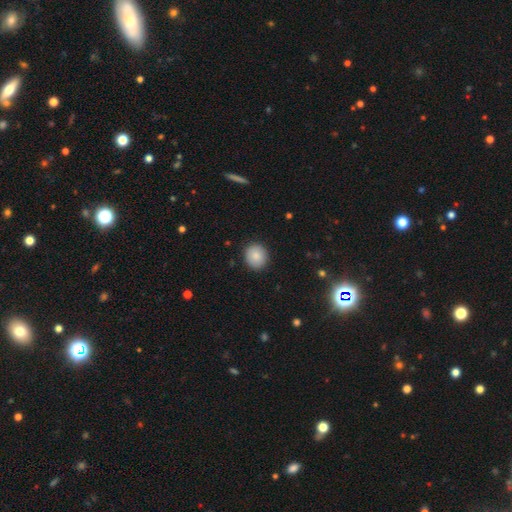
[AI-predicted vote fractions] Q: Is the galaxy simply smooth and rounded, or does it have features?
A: smooth — 87%.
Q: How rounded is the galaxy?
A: round — 83%.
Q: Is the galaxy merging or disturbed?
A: none — 90%.